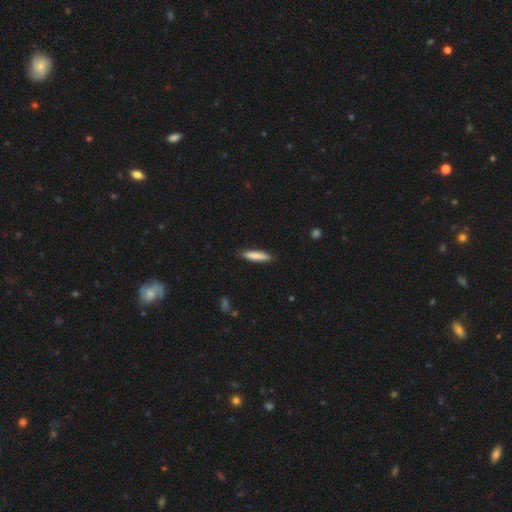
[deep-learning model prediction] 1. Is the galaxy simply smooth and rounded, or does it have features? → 84% smooth, 10% featured or disk, 6% star or artifact.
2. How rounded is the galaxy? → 85% cigar-shaped, 14% in between, 1% round.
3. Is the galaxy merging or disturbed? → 88% none, 10% minor disturbance, 2% major disturbance, 1% merger.